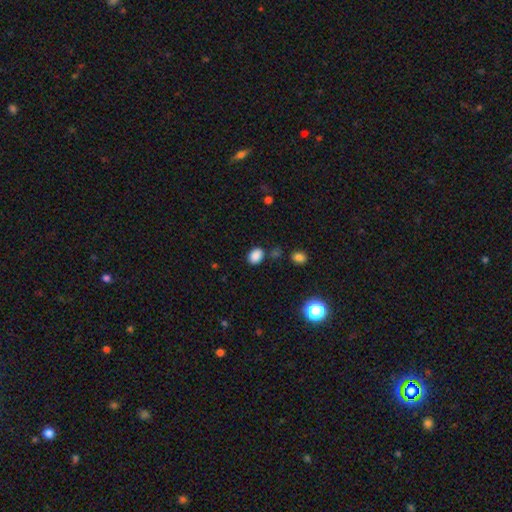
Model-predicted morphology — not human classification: smooth 86%, star or artifact 11%, featured or disk 3%. Down the decision tree: how rounded — in between (70%); merging — none (78%).